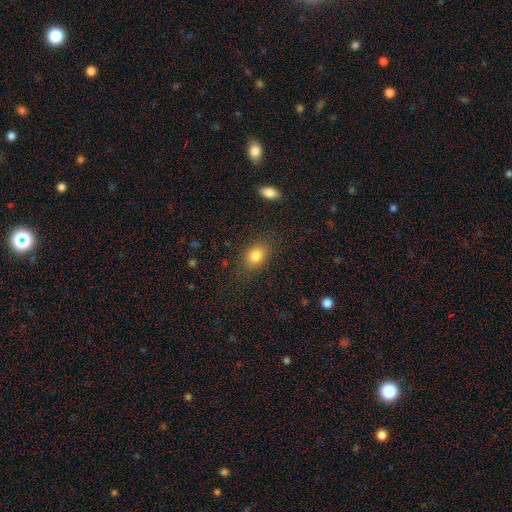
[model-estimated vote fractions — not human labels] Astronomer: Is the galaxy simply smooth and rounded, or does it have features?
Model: smooth — 84%.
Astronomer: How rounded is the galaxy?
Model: in between — 66%.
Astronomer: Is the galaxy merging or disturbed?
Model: none — 81%.